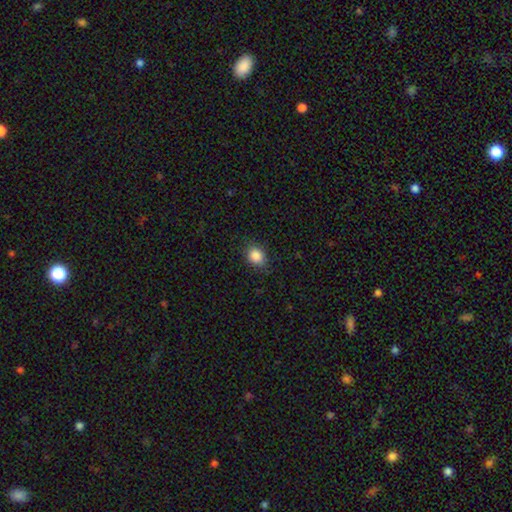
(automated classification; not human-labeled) Smooth or featured? Predicted: smooth (p=0.87). How rounded? Predicted: in between (p=0.53). Merging? Predicted: none (p=0.82).